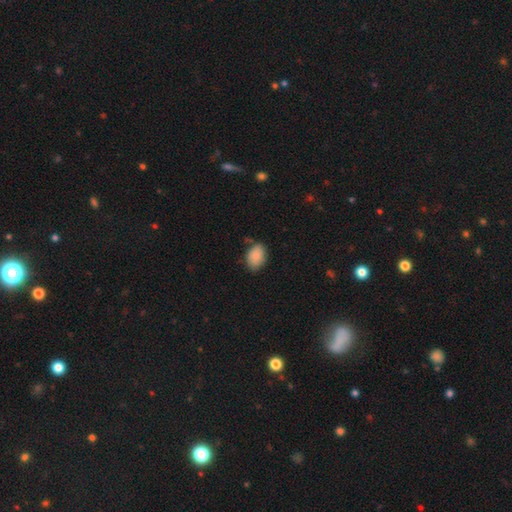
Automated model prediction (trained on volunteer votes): This appears to be a smooth galaxy with no disk features (87%) that is in between round and cigar-shaped (83%). Merging: none (69%).